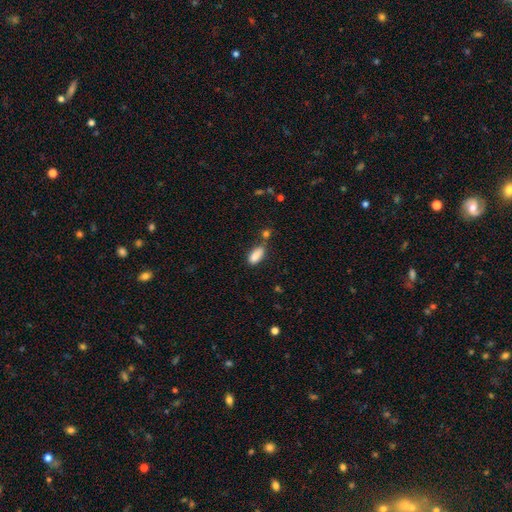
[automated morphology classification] This is clearly a smooth galaxy (87%). How rounded: clearly in between (85%). Merging: likely none (64%).